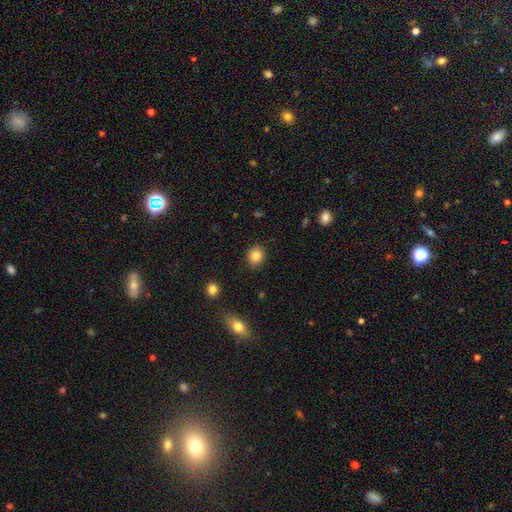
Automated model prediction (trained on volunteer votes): Morphology: type=smooth (84%); roundness=round (69%); merging=none (88%).